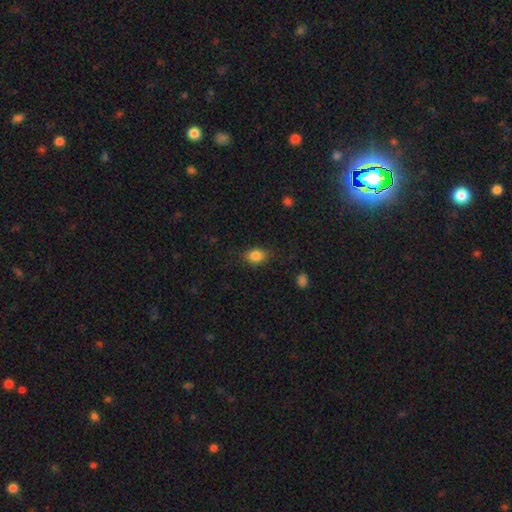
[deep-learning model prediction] Smooth or featured: smooth — 84% (star or artifact — 9%)
How rounded: in between — 74% (round — 24%)
Merging: none — 81% (minor disturbance — 15%)